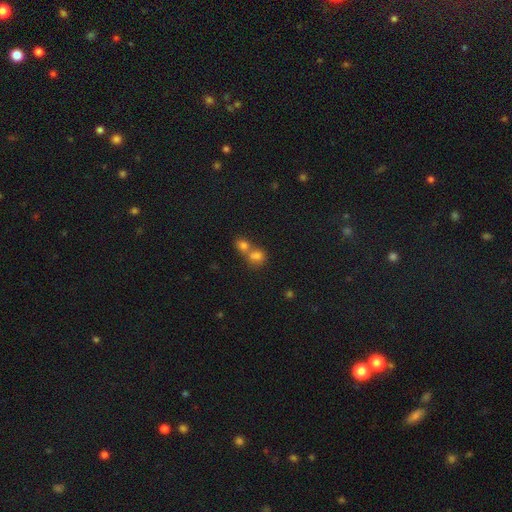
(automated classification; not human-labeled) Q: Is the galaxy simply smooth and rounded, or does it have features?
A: smooth — 76%.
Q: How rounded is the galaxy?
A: round — 62%.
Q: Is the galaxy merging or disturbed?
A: merger — 64%.